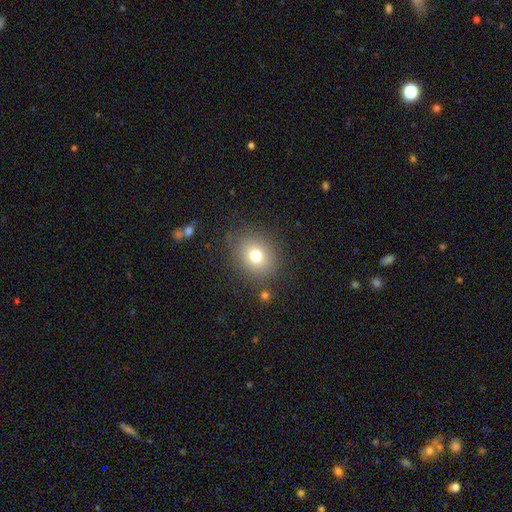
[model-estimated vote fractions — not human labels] smooth 74%, star or artifact 14%, featured or disk 12%. Down the decision tree: how rounded — round (71%); merging — none (83%).